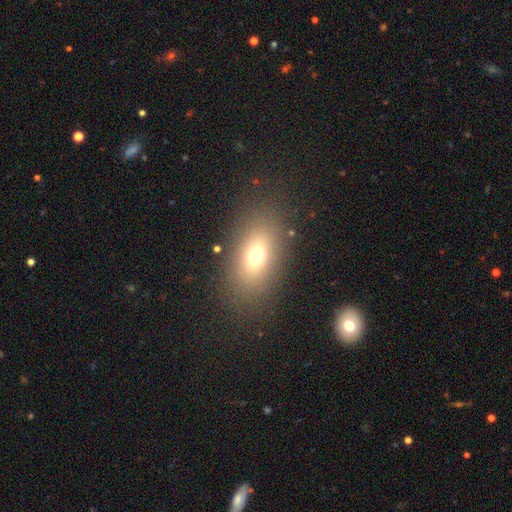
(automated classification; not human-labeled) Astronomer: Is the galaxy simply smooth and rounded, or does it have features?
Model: smooth — 69%.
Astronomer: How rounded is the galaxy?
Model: in between — 82%.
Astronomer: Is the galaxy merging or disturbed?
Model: none — 82%.